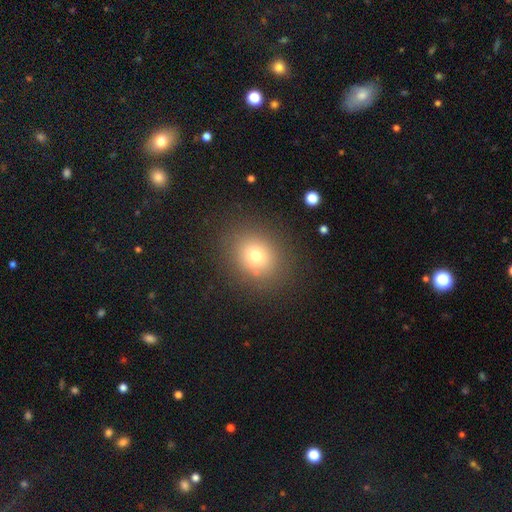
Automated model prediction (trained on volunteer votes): Overall: smooth (73%). How rounded: round (68%; in between 31%). Merging: none (86%).